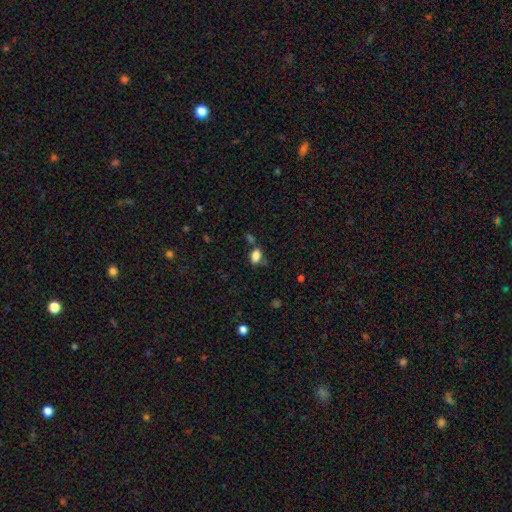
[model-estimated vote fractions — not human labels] Smooth or featured?
  - smooth: 83% *
  - star or artifact: 10%
  - featured or disk: 6%
How rounded?
  - in between: 85% *
  - round: 13%
  - cigar-shaped: 2%
Merging?
  - none: 62% *
  - minor disturbance: 20%
  - merger: 11%
  - major disturbance: 7%